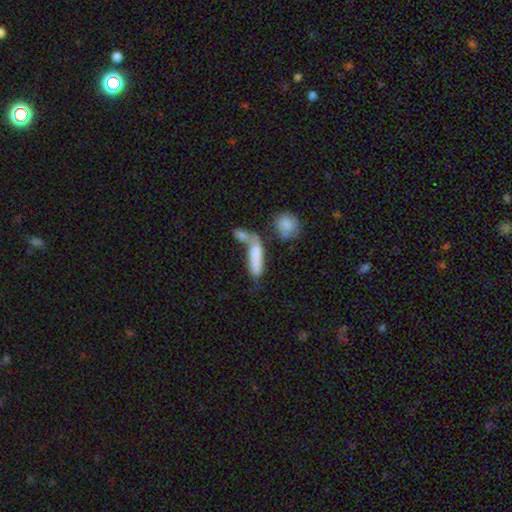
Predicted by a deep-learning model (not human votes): This is likely a smooth galaxy (72%). How rounded: possibly cigar-shaped (53%). Merging: possibly merger (48%).